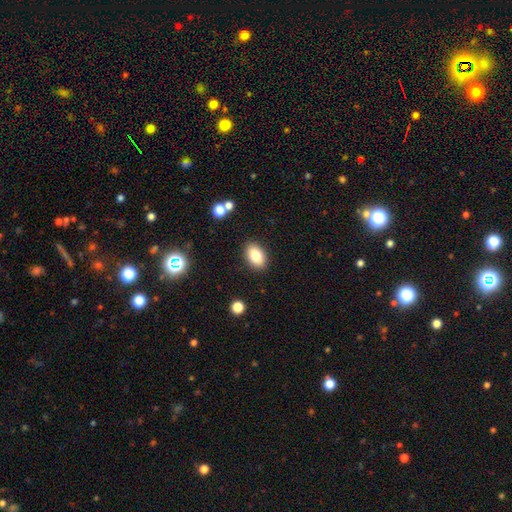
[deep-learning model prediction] Smooth or featured?
  - smooth: 82% *
  - featured or disk: 9%
  - star or artifact: 9%
How rounded?
  - in between: 88% *
  - round: 11%
  - cigar-shaped: 1%
Merging?
  - none: 87% *
  - minor disturbance: 9%
  - major disturbance: 2%
  - merger: 2%